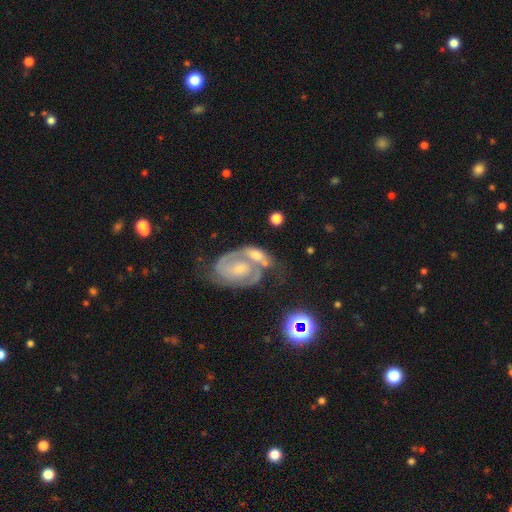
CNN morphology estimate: The model was most divided on "spiral winding": tight: 48%, medium: 41%, loose: 11%. Remaining: edge-on disk — no (97%); spiral arms — yes (92%); smooth or featured — featured or disk (79%); spiral arm count — 2 (71%); bar — no (55%); bulge size — small (54%); merging — none (45%).